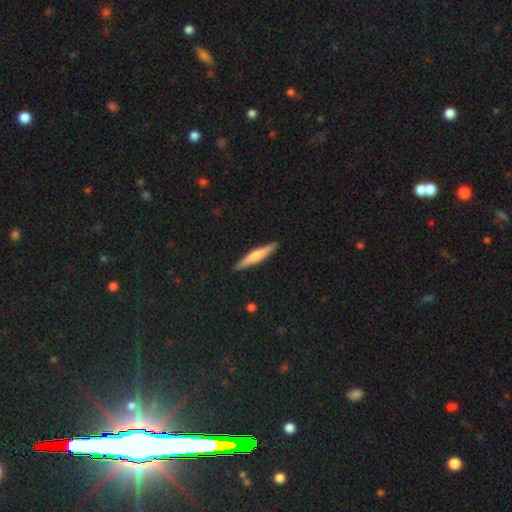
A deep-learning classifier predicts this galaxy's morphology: smooth_or_featured: smooth (p=0.53) [alt: featured or disk p=0.42]
how_rounded: cigar-shaped (p=0.92) [alt: in between p=0.07]
merging: none (p=0.90) [alt: minor disturbance p=0.07]